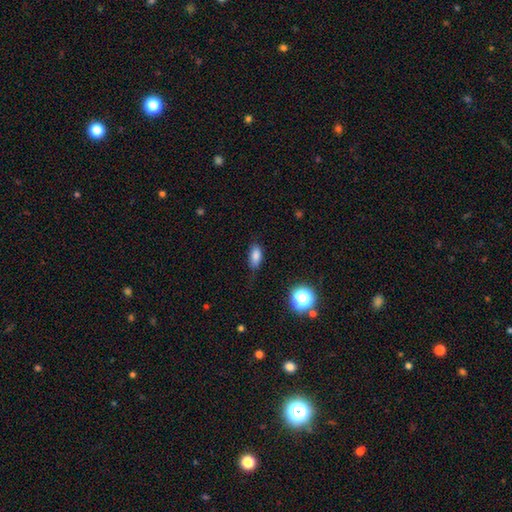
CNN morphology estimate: A smooth galaxy with no disk features (83%) that is in between round and cigar-shaped (85%).

Vote fractions:
- Smooth or featured? smooth: 83% / star or artifact: 11% / featured or disk: 6%
- How rounded? in between: 85% / cigar-shaped: 8% / round: 6%
- Merging? none: 69% / minor disturbance: 24% / major disturbance: 6% / merger: 2%